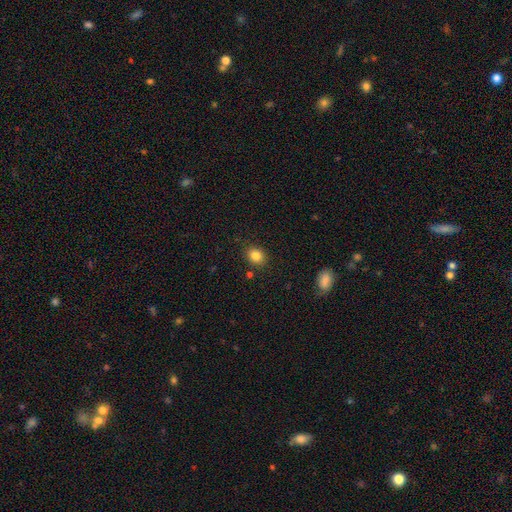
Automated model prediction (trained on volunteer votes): Smooth or featured? Predicted: smooth (p=0.83). How rounded? Predicted: round (p=0.58). Merging? Predicted: none (p=0.86).